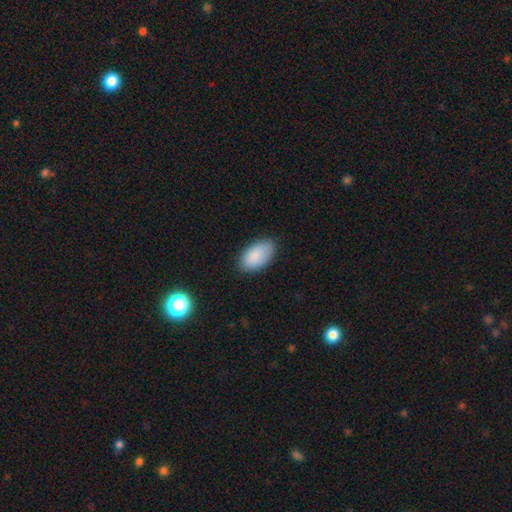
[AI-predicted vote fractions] Smooth or featured? smooth (88%)
How rounded? in between (95%)
Merging? none (81%)